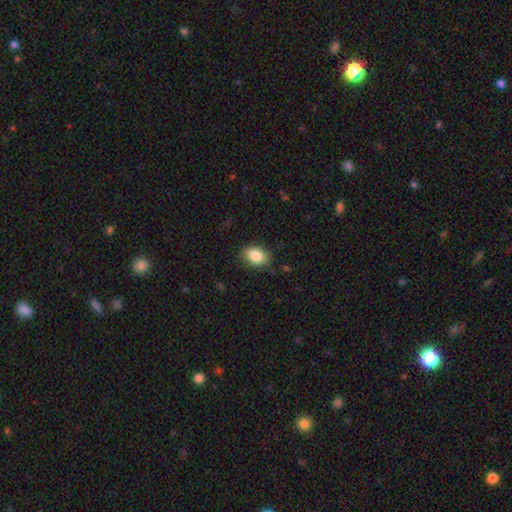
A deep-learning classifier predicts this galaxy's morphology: Smooth or featured? smooth (85%)
How rounded? in between (82%)
Merging? none (86%)